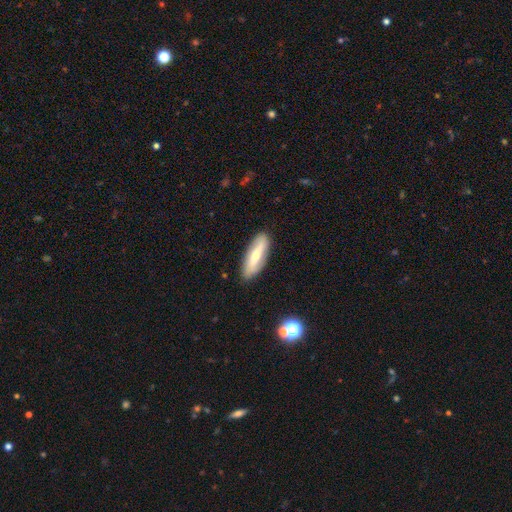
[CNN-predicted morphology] smooth 54%, featured or disk 40%, star or artifact 6%. Down the decision tree: how rounded — in between (53%); merging — none (85%).